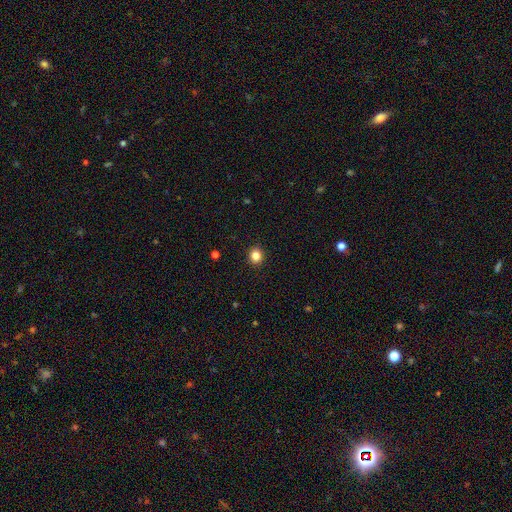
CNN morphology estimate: This appears to be a smooth galaxy with no disk features (83%) that is round (86%). Merging: none (92%).